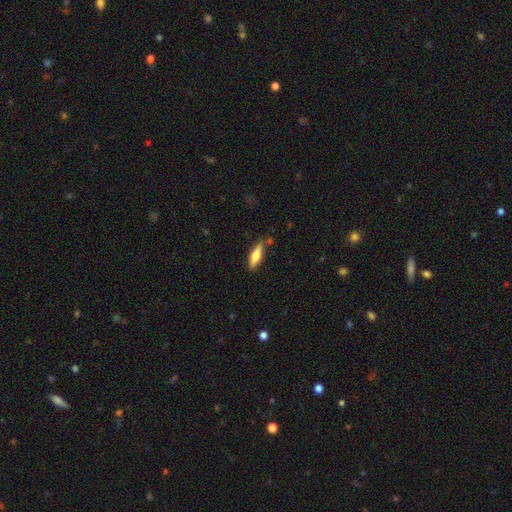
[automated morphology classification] A smooth galaxy with no disk features (62%) that is cigar-shaped (59%). Merging: none (78%).